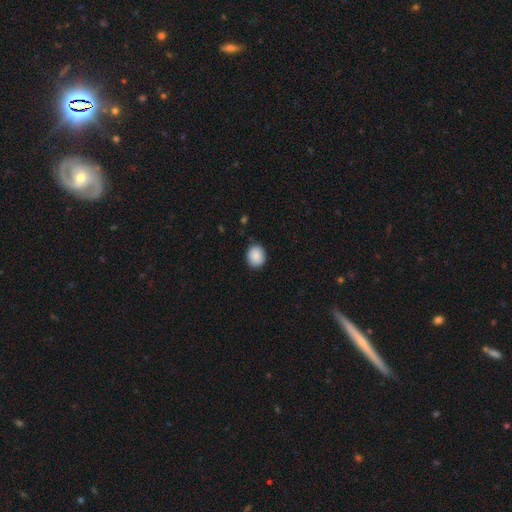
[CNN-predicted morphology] The model was most divided on "how rounded": round: 70%, in between: 29%, cigar-shaped: 1%. More confident: smooth or featured — smooth (89%); merging — none (88%).